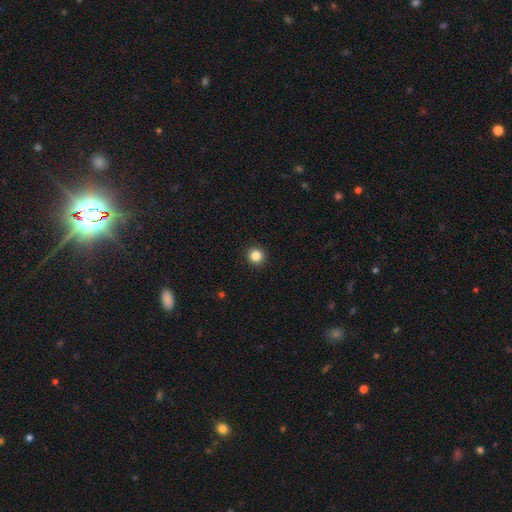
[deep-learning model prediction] Smooth or featured? Predicted: smooth (p=0.84). How rounded? Predicted: round (p=0.95). Merging? Predicted: none (p=0.94).